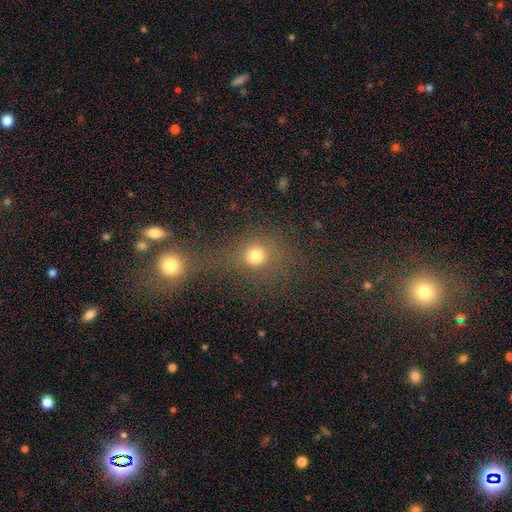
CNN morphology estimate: Smooth or featured?
  - smooth: 71% *
  - star or artifact: 19%
  - featured or disk: 9%
How rounded?
  - round: 82% *
  - in between: 16%
  - cigar-shaped: 2%
Merging?
  - none: 49% *
  - merger: 31%
  - minor disturbance: 11%
  - major disturbance: 10%